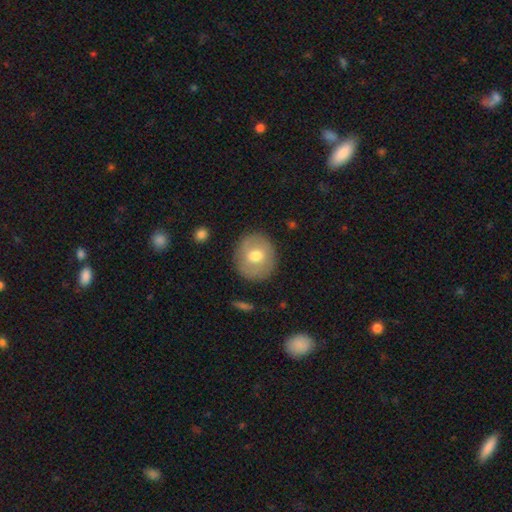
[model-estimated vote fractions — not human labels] smooth_or_featured: smooth (p=0.62) [alt: featured or disk p=0.31]
how_rounded: round (p=0.80) [alt: in between p=0.19]
merging: none (p=0.85) [alt: minor disturbance p=0.10]